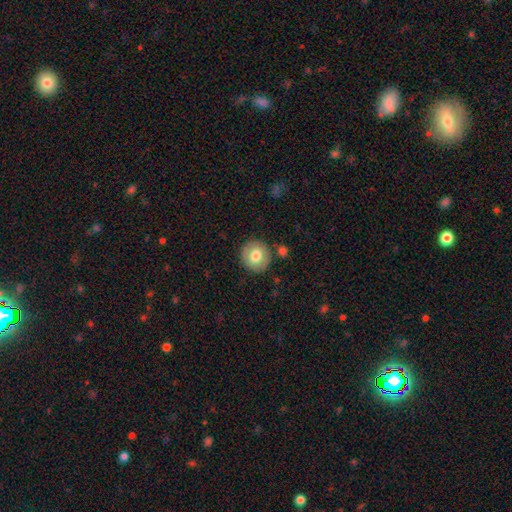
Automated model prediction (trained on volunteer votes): This appears to be a smooth galaxy with no disk features (74%) that is round (90%). Merging: none (86%).